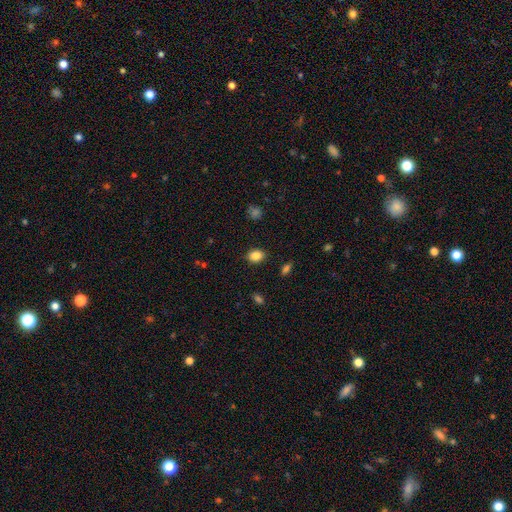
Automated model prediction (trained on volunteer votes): Morphology: type=smooth (86%); roundness=in between (64%); merging=none (88%).